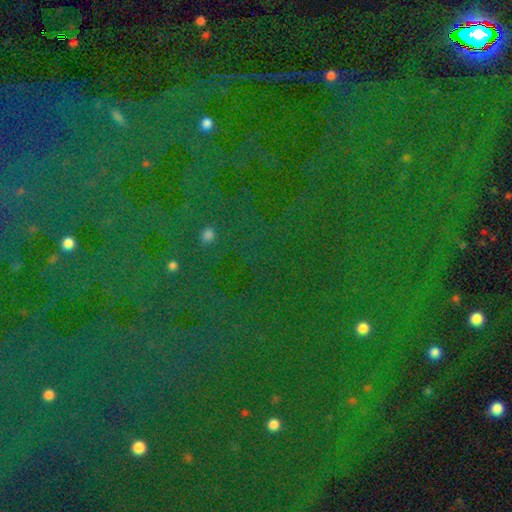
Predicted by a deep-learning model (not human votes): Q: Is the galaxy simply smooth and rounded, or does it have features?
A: star or artifact — 81%.